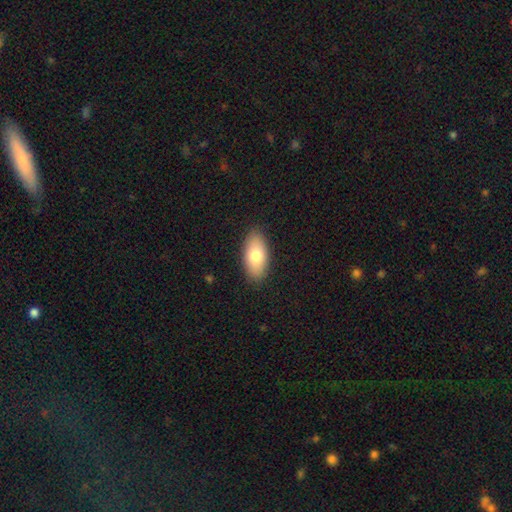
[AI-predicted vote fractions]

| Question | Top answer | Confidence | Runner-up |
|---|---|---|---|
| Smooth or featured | smooth | 78% | featured or disk (16%) |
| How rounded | in between | 91% | cigar-shaped (6%) |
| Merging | none | 87% | minor disturbance (9%) |